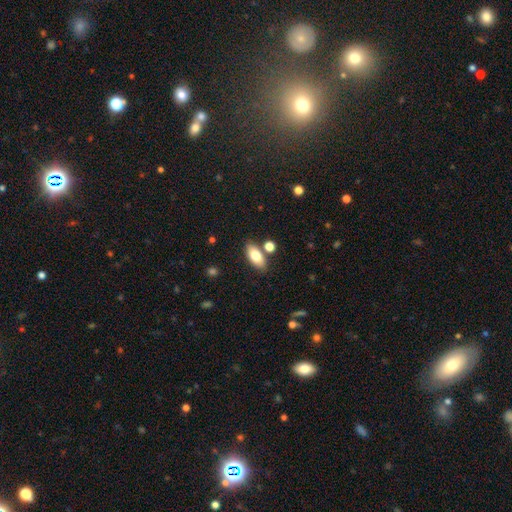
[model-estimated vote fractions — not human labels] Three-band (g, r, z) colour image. It shows a smooth galaxy with no disk features (78%) that is in between round and cigar-shaped (87%). Merging: none (77%).